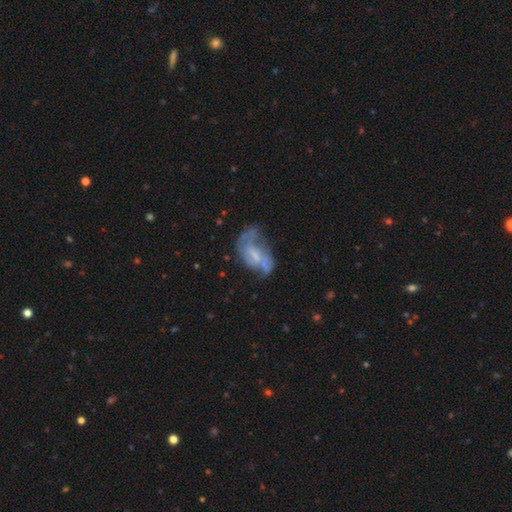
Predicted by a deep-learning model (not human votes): This appears to be a featured or disk galaxy (61%) with no bar (51%), spiral arms (55%) and a small central bulge (47%). Merging: none (33%).